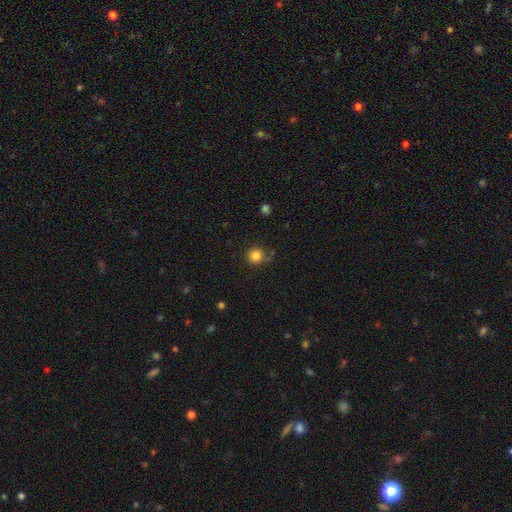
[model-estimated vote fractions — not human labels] smooth 83%, star or artifact 12%, featured or disk 5%. Down the decision tree: how rounded — round (93%); merging — none (78%).